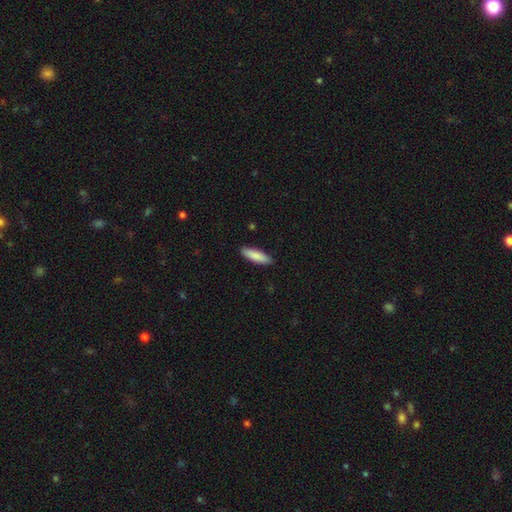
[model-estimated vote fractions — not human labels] Q: Smooth or featured?
A: smooth (87%); runner-up: featured or disk (8%)
Q: How rounded?
A: cigar-shaped (52%); runner-up: in between (46%)
Q: Merging?
A: none (88%); runner-up: minor disturbance (9%)